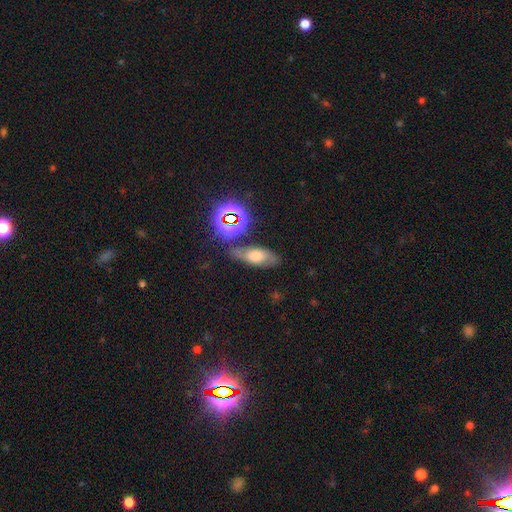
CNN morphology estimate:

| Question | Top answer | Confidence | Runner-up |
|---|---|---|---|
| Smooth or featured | smooth | 50% | featured or disk (30%) |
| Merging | none | 69% | minor disturbance (17%) |